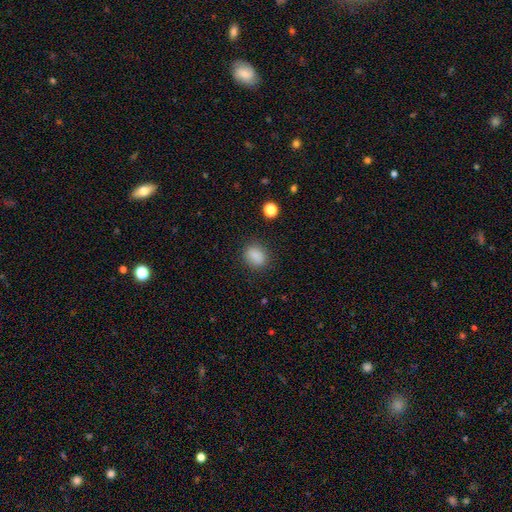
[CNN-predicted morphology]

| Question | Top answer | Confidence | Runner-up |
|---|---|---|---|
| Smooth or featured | smooth | 85% | star or artifact (10%) |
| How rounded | round | 56% | in between (43%) |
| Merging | none | 84% | minor disturbance (11%) |